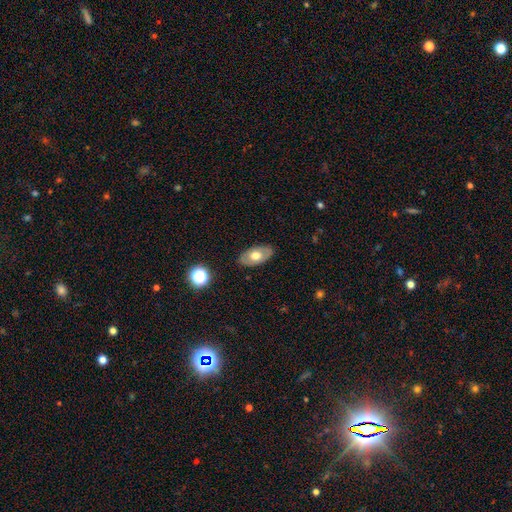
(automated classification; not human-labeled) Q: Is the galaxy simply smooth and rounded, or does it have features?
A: smooth — 58%.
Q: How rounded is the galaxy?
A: in between — 91%.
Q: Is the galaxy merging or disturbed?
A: none — 85%.